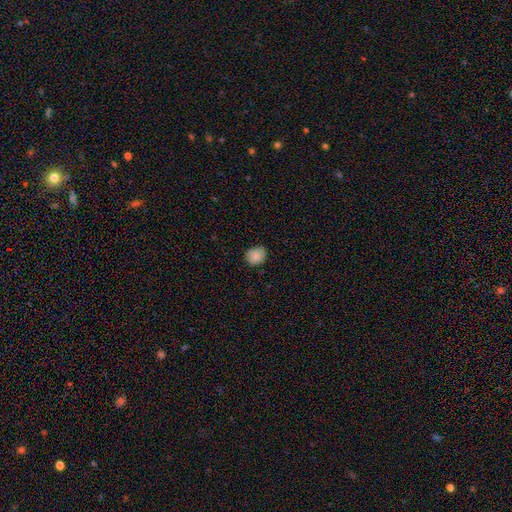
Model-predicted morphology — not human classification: Q: Smooth or featured?
A: smooth (87%); runner-up: star or artifact (8%)
Q: How rounded?
A: round (71%); runner-up: in between (28%)
Q: Merging?
A: none (79%); runner-up: minor disturbance (17%)